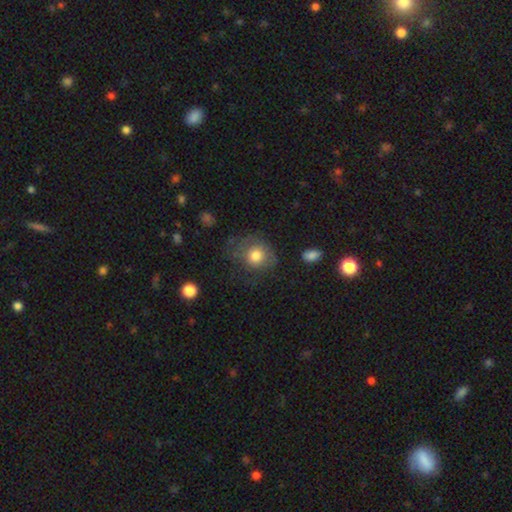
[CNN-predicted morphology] Smooth or featured: smooth — 74% (featured or disk — 17%)
How rounded: round — 75% (in between — 24%)
Merging: none — 51% (minor disturbance — 24%)